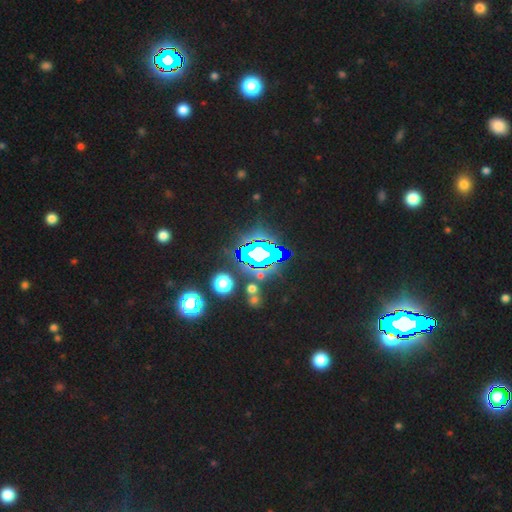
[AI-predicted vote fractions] This is likely a star or artifact rather than a galaxy (76%).